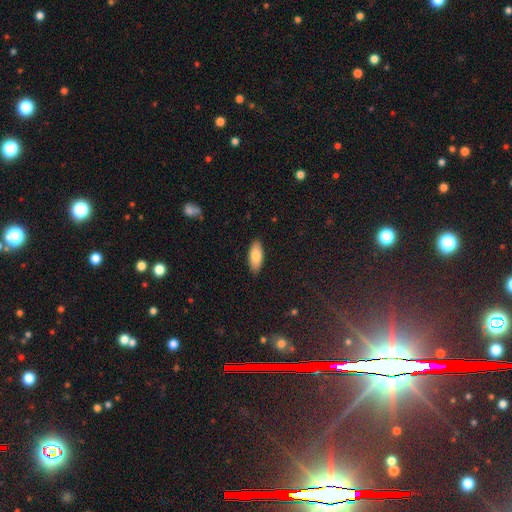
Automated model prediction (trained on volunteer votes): smooth_or_featured: smooth (p=0.82) [alt: featured or disk p=0.12]
how_rounded: in between (p=0.84) [alt: cigar-shaped p=0.14]
merging: none (p=0.88) [alt: minor disturbance p=0.09]